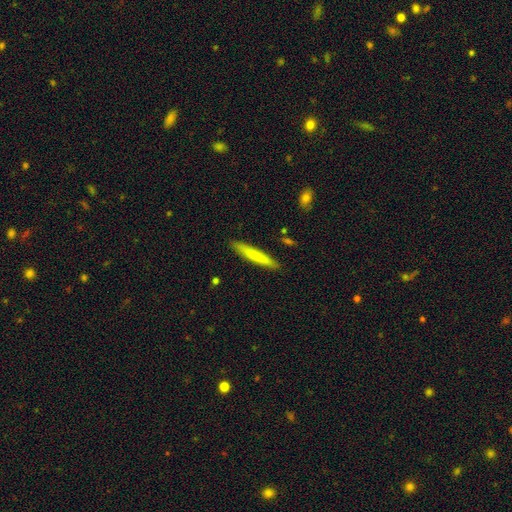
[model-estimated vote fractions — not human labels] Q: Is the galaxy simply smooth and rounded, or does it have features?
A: smooth — 73%.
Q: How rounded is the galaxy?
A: cigar-shaped — 95%.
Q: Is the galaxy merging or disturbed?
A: none — 90%.